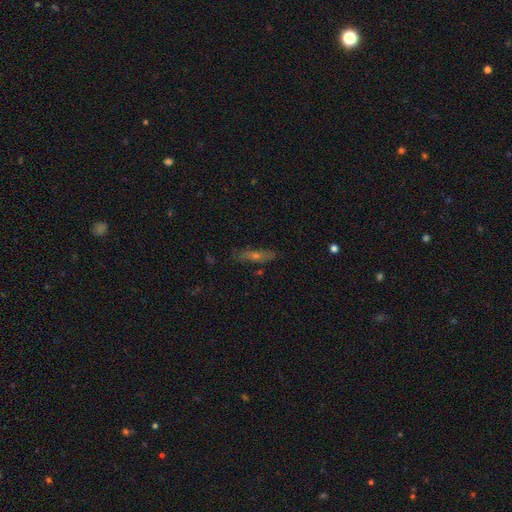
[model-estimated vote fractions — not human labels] Smooth or featured? Predicted: featured or disk (p=0.54). Edge-on disk? Predicted: yes (p=0.74). Merging? Predicted: none (p=0.82).